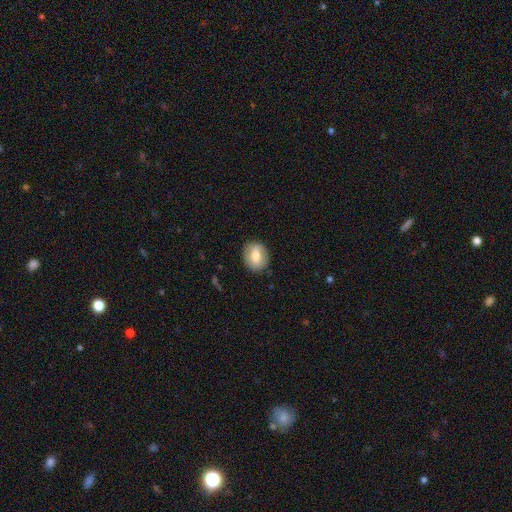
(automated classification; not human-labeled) smooth-or-featured: smooth: 65% | featured or disk: 27% | star or artifact: 8%
  how-rounded: round: 60% | in between: 39% | cigar-shaped: 1%
  merging: none: 84% | minor disturbance: 11% | major disturbance: 3% | merger: 1%